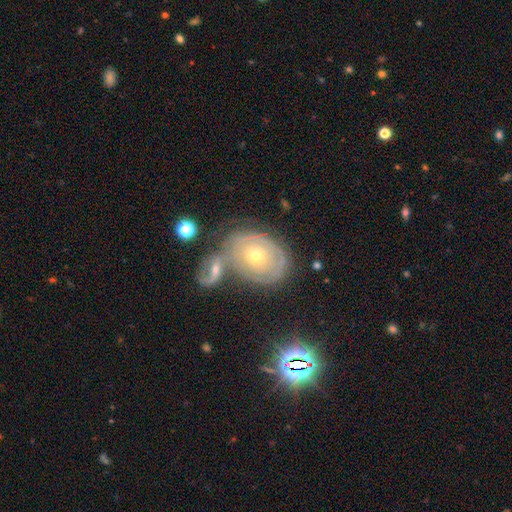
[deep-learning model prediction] Smooth or featured? Predicted: featured or disk (p=0.70). Edge-on disk? Predicted: no (p=0.95). Bar? Predicted: no (p=0.83). Spiral arms? Predicted: yes (p=0.77). Spiral winding? Predicted: tight (p=0.75). Spiral arm count? Predicted: can't tell (p=0.51). Bulge size? Predicted: moderate (p=0.48, tied with small). Merging? Predicted: none (p=0.44).